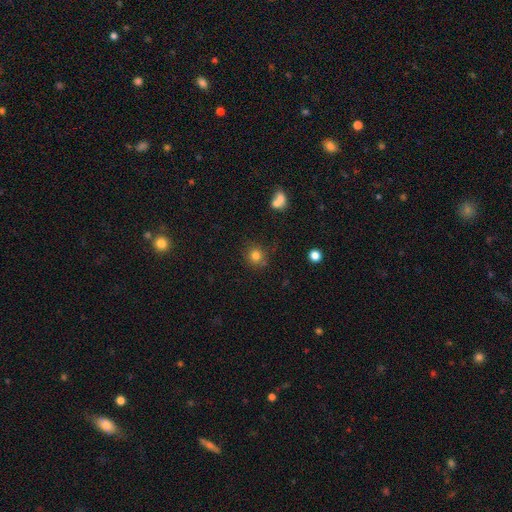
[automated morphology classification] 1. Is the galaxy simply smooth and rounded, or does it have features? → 81% smooth, 13% star or artifact, 6% featured or disk.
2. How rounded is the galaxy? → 90% round, 9% in between, 1% cigar-shaped.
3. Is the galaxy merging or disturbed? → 80% none, 11% minor disturbance, 6% merger, 3% major disturbance.